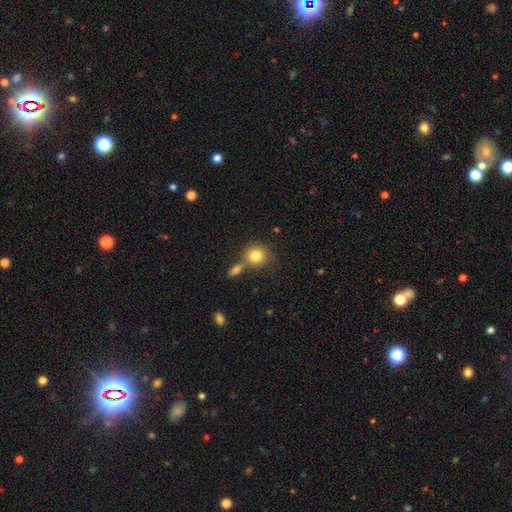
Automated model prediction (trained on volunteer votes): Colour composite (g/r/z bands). It shows a smooth galaxy with no disk features (82%) that is round (86%). Merging: none (61%).